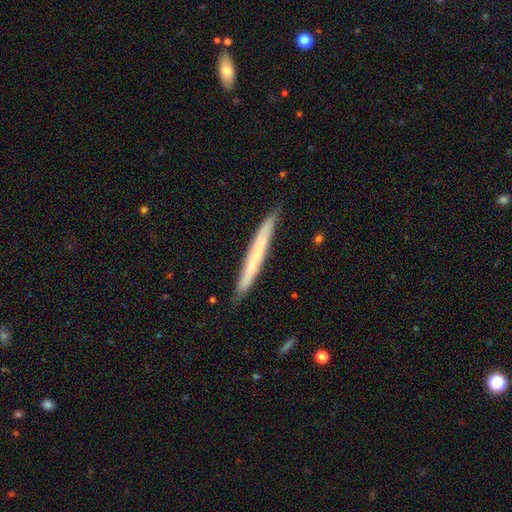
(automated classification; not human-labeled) Smooth or featured? Predicted: smooth (p=0.50). Merging? Predicted: none (p=0.88).